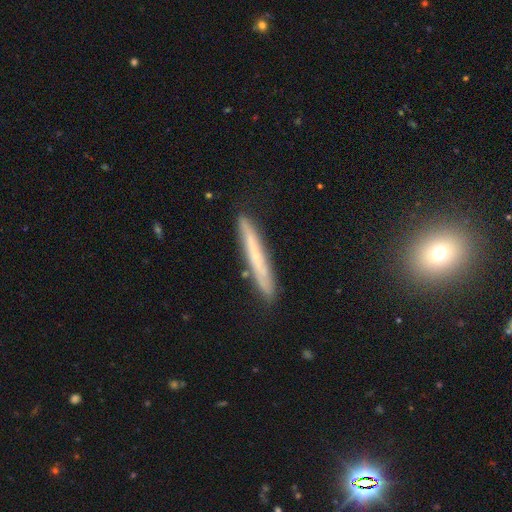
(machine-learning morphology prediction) smooth_or_featured: smooth (p=0.48) [alt: featured or disk p=0.45]
merging: none (p=0.86) [alt: minor disturbance p=0.10]